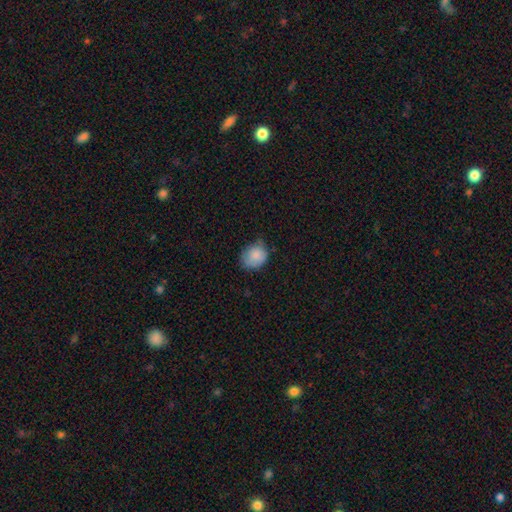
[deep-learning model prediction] Overall: smooth (85%). How rounded: round (60%; in between 39%). Merging: none (57%; minor disturbance 35%).